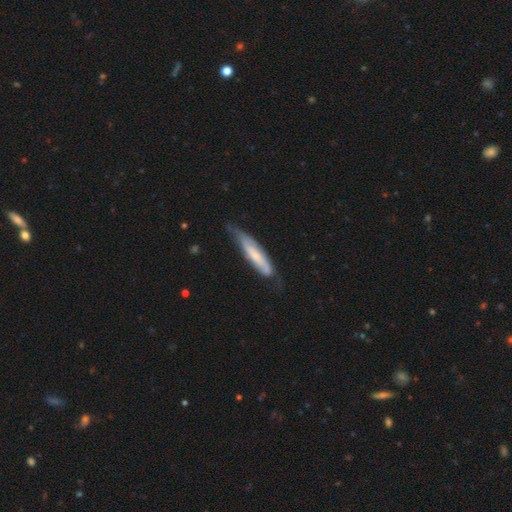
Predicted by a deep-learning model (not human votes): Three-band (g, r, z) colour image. It shows a featured or disk galaxy (47%, tied with smooth). Merging: none (53%).